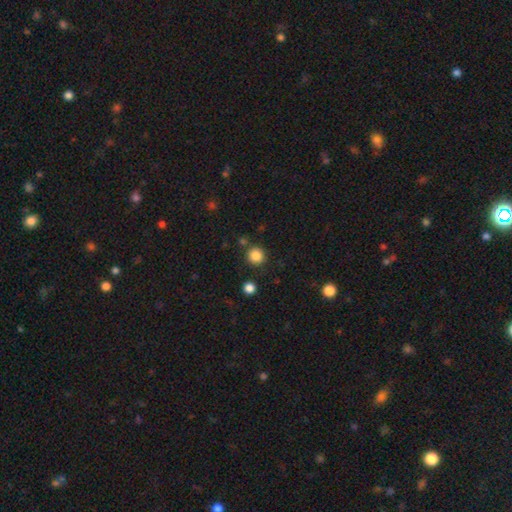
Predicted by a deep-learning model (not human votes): Smooth or featured?
  - smooth: 85% *
  - star or artifact: 11%
  - featured or disk: 3%
How rounded?
  - round: 93% *
  - in between: 6%
  - cigar-shaped: 1%
Merging?
  - none: 86% *
  - minor disturbance: 7%
  - merger: 4%
  - major disturbance: 3%